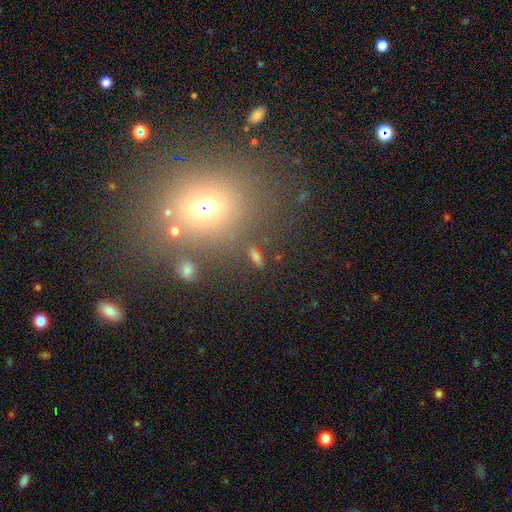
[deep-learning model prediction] smooth 65%, star or artifact 21%, featured or disk 15%. Down the decision tree: how rounded — in between (61%); merging — none (82%).